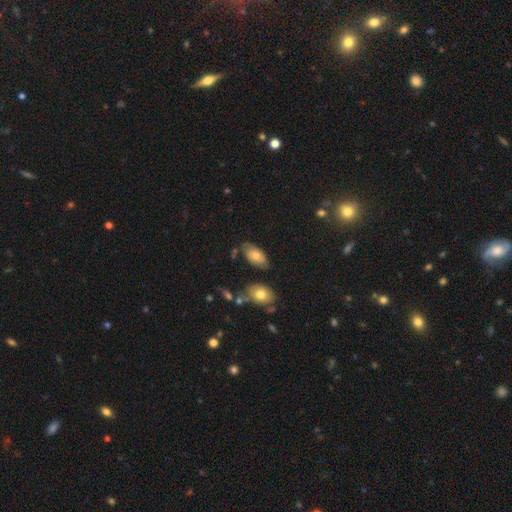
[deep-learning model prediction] smooth_or_featured: smooth (p=0.63) [alt: featured or disk p=0.29]
how_rounded: in between (p=0.93) [alt: round p=0.04]
merging: none (p=0.61) [alt: minor disturbance p=0.25]